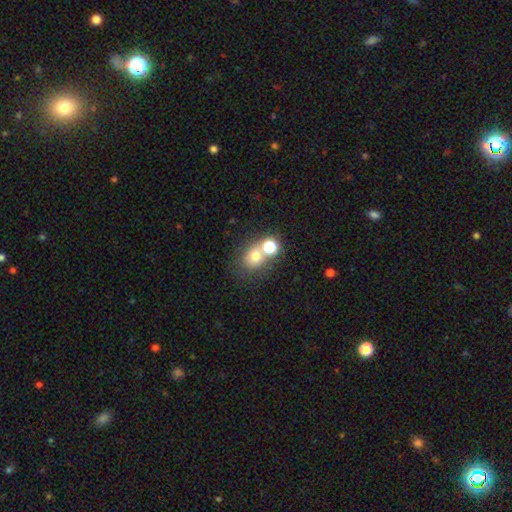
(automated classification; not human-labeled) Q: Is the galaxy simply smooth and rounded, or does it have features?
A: smooth — 70%.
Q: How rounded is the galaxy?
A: round — 73%.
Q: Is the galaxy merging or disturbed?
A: merger — 46%.